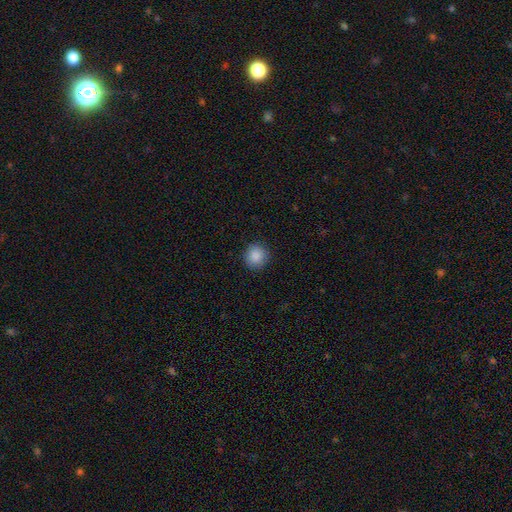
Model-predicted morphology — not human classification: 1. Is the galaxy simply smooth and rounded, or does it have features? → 88% smooth, 9% star or artifact, 3% featured or disk.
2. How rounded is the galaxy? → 89% round, 10% in between, 1% cigar-shaped.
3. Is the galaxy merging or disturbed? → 90% none, 7% minor disturbance, 2% major disturbance, 1% merger.